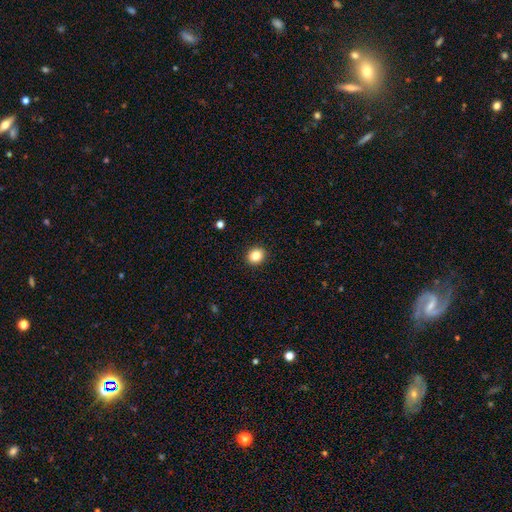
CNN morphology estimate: Overall: smooth (85%). How rounded: round (71%). Merging: none (92%).